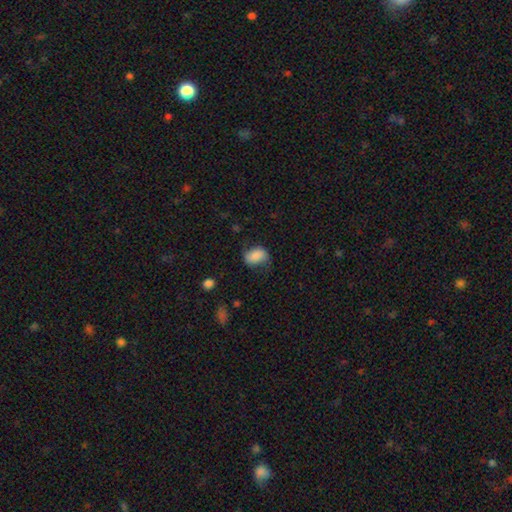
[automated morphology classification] Smooth or featured? smooth (76%)
How rounded? in between (78%)
Merging? none (58%)